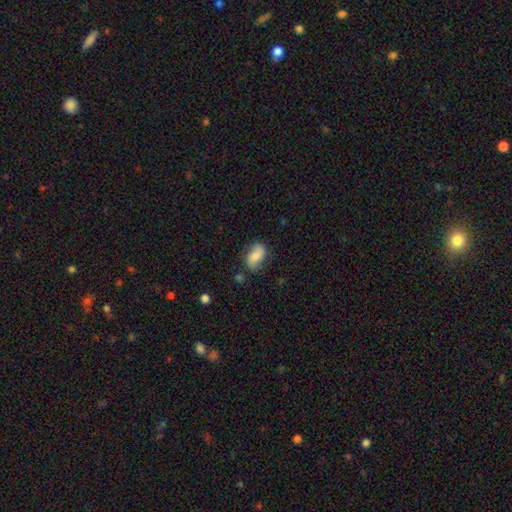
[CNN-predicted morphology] A smooth galaxy with no disk features (61%) that is in between round and cigar-shaped (88%).

Vote fractions:
- Smooth or featured? smooth: 61% / featured or disk: 31% / star or artifact: 7%
- How rounded? in between: 88% / round: 9% / cigar-shaped: 3%
- Merging? none: 71% / minor disturbance: 20% / major disturbance: 6% / merger: 3%